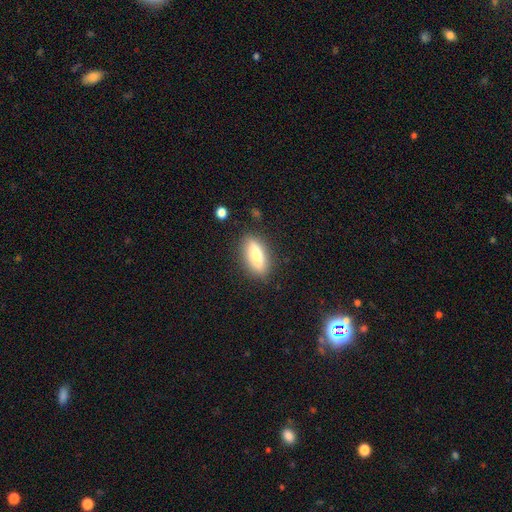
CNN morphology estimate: Smooth or featured: smooth — 66% (featured or disk — 27%)
How rounded: in between — 55% (cigar-shaped — 42%)
Merging: none — 85% (minor disturbance — 10%)